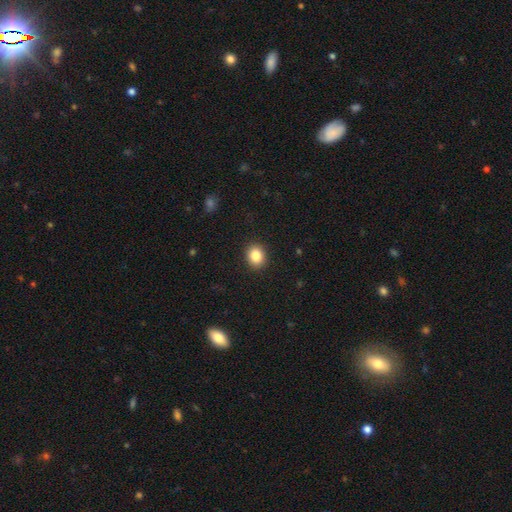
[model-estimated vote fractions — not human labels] The model was most divided on "how rounded": round: 66%, in between: 34%, cigar-shaped: 1%. More confident: merging — none (90%); smooth or featured — smooth (85%).